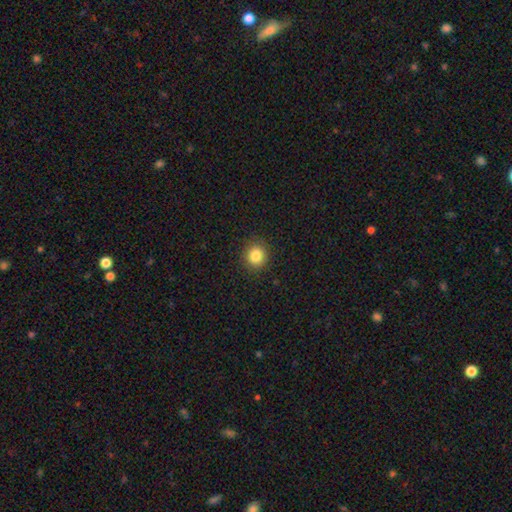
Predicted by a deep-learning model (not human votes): A smooth galaxy with no disk features (84%) that is round (88%). Merging: none (91%).